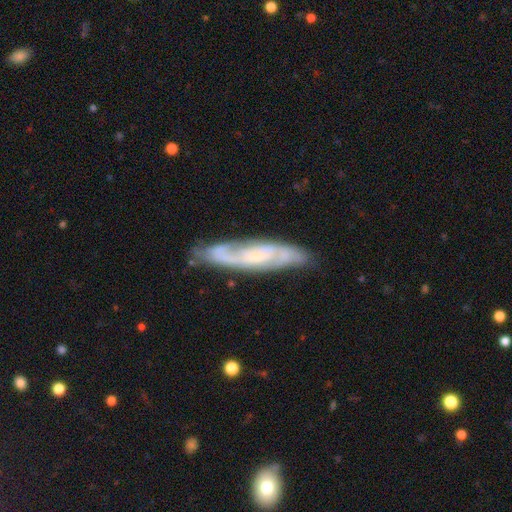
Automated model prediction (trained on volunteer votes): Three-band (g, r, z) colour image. It shows a featured or disk galaxy (80%) with no bar (50%), 2 (68%) medium (46%) spiral arms (95%) and a small central bulge (61%). Merging: none (76%).